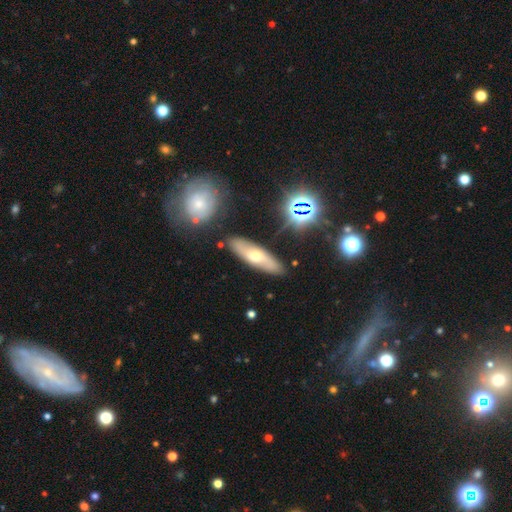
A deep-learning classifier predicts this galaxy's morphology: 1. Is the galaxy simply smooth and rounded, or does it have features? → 45% smooth, 44% featured or disk, 12% star or artifact.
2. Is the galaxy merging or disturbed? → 82% none, 11% minor disturbance, 4% merger, 3% major disturbance.